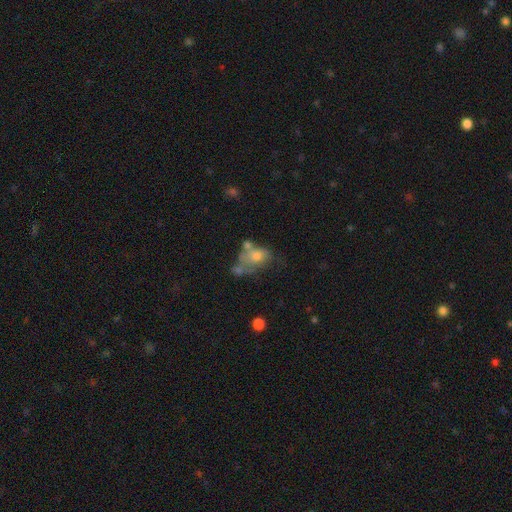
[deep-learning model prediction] smooth 55%, featured or disk 31%, star or artifact 13%. Down the decision tree: how rounded — in between (71%); merging — merger (35%).